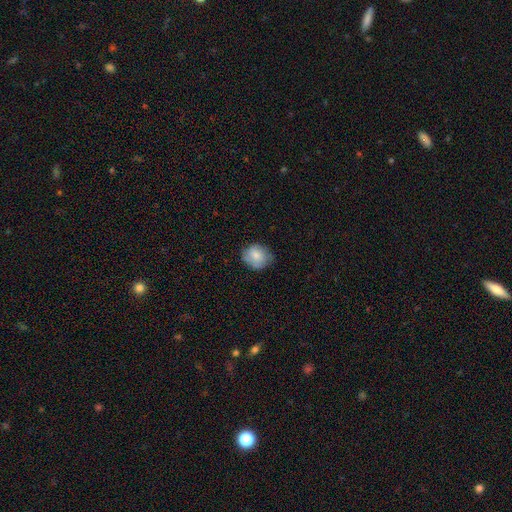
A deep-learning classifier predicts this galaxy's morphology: A smooth galaxy with no disk features (76%) that is round (68%).

Vote fractions:
- Smooth or featured? smooth: 76% / featured or disk: 16% / star or artifact: 7%
- How rounded? round: 68% / in between: 31% / cigar-shaped: 1%
- Merging? none: 67% / minor disturbance: 26% / major disturbance: 6% / merger: 1%